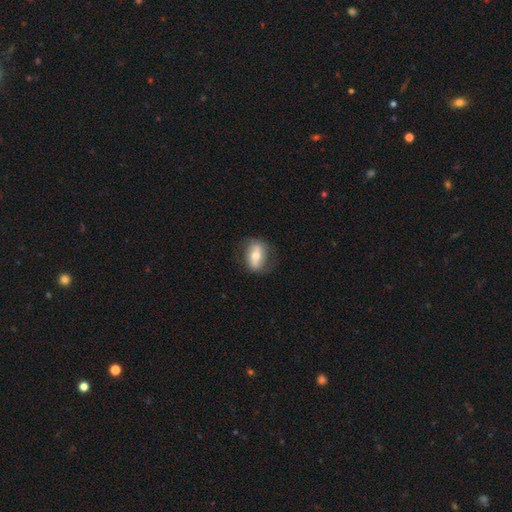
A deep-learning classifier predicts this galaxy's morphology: Smooth or featured: smooth — 50% (featured or disk — 43%)
Merging: none — 76% (minor disturbance — 17%)